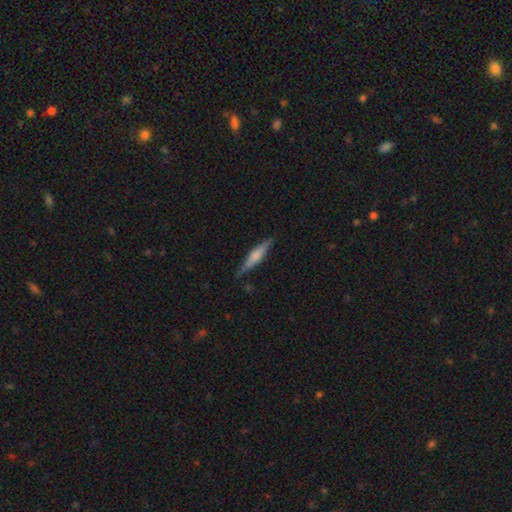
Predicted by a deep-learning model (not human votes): Smooth or featured: smooth — 47% (tied with featured or disk — 47%)
Merging: none — 81% (minor disturbance — 15%)